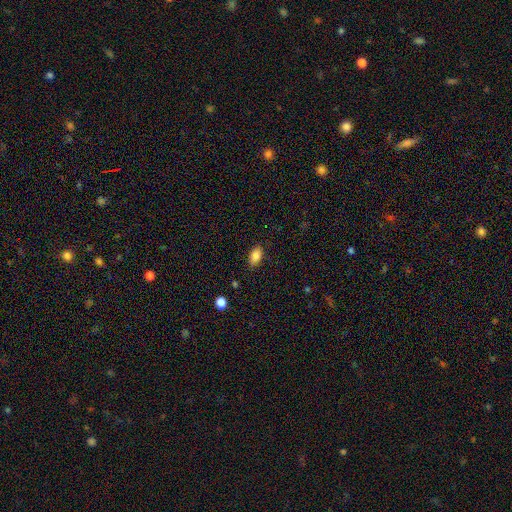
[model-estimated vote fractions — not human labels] Morphology: type=smooth (86%); roundness=in between (91%); merging=none (85%).